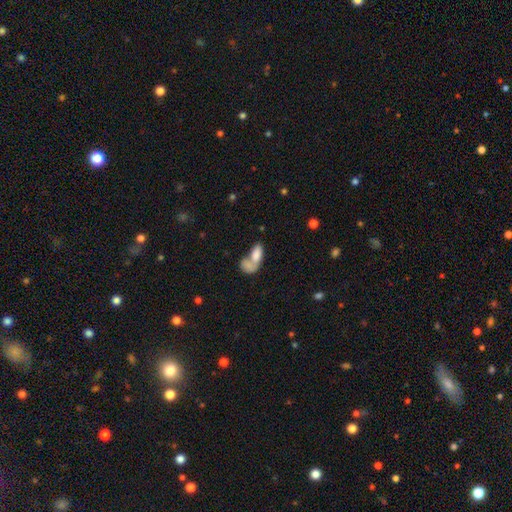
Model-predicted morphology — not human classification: Q: Smooth or featured?
A: smooth (74%); runner-up: featured or disk (16%)
Q: How rounded?
A: in between (85%); runner-up: cigar-shaped (9%)
Q: Merging?
A: merger (61%); runner-up: none (22%)